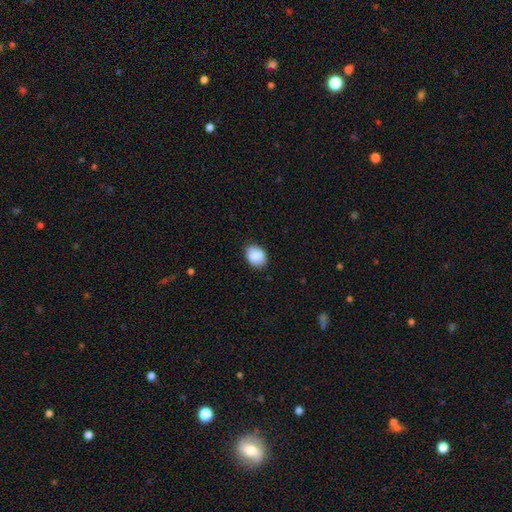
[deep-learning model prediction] The model was most divided on "how rounded": in between: 62%, round: 37%, cigar-shaped: 1%. More confident: smooth or featured — smooth (88%); merging — none (80%).